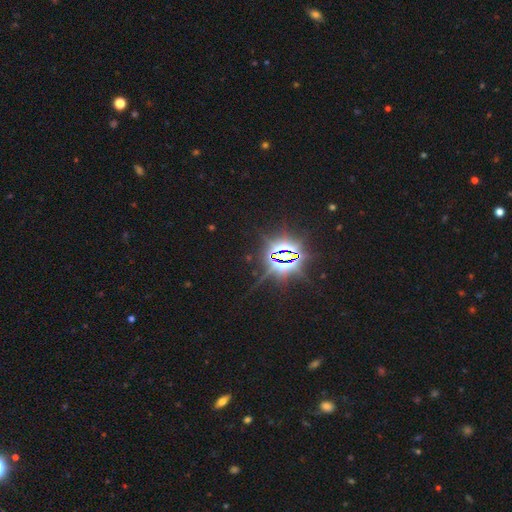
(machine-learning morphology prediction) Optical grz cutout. It shows a star or artifact, not a galaxy (85%).